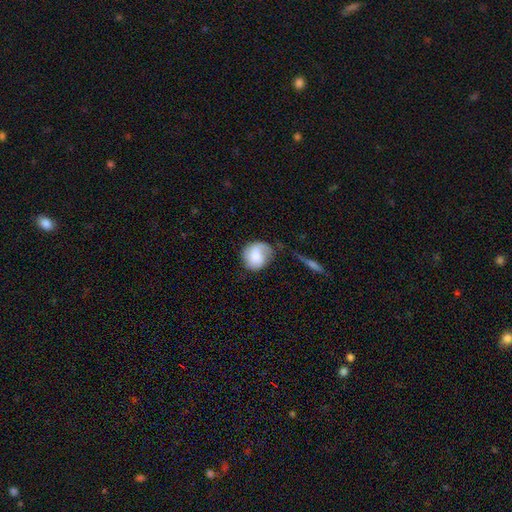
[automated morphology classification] Overall: smooth (70%). How rounded: round (71%). Merging: none (49%; minor disturbance 31%).